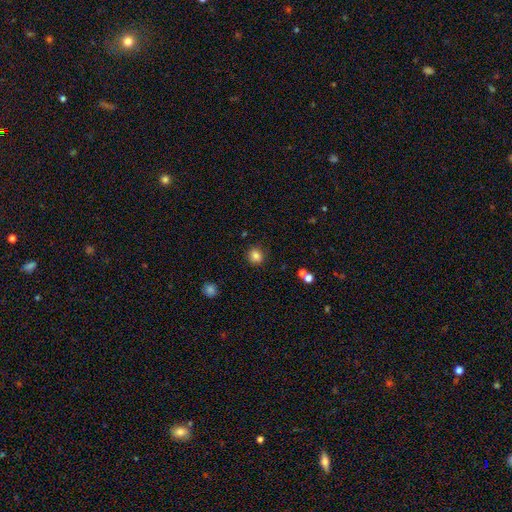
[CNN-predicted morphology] This appears to be a smooth galaxy with no disk features (84%) that is round (73%). Merging: none (86%).